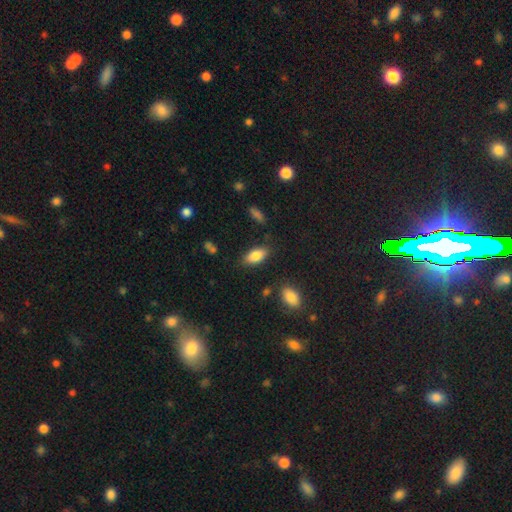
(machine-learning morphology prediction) Smooth or featured? Predicted: smooth (p=0.82). How rounded? Predicted: in between (p=0.87). Merging? Predicted: none (p=0.81).